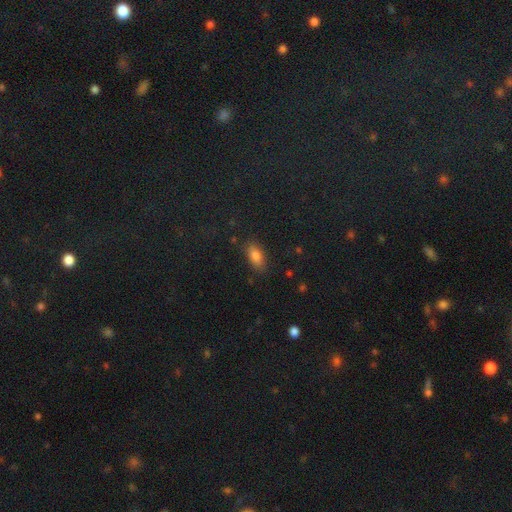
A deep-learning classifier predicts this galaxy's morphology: This appears to be a smooth galaxy with no disk features (80%) that is in between round and cigar-shaped (86%). Merging: none (84%).